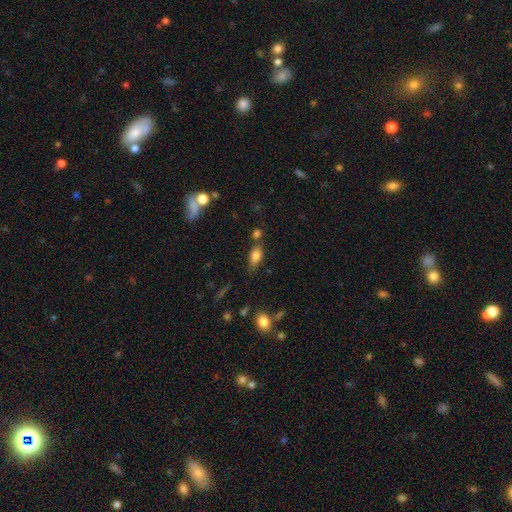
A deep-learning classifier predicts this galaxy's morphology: This appears to be a smooth galaxy with no disk features (81%) that is in between round and cigar-shaped (85%). Merging: none (61%).